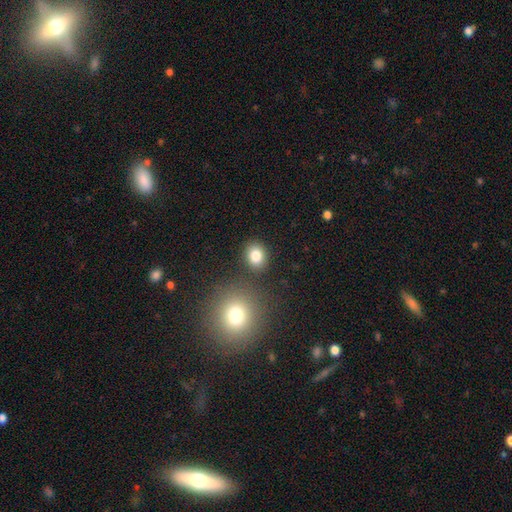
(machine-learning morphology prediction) This is clearly a smooth galaxy (82%). How rounded: likely round (62%). Merging: clearly none (82%).